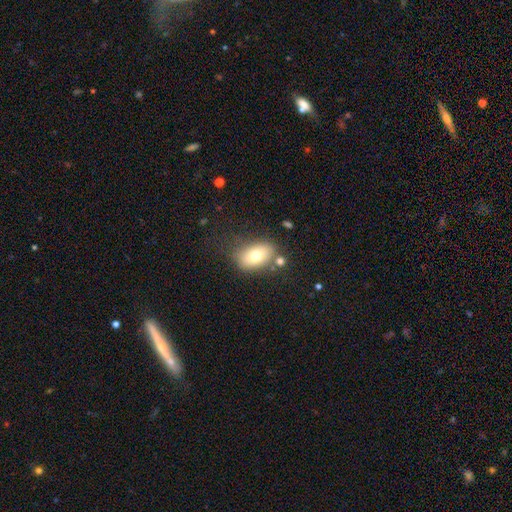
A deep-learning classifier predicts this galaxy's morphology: This appears to be a smooth galaxy with no disk features (71%) that is in between round and cigar-shaped (84%). Merging: none (68%).